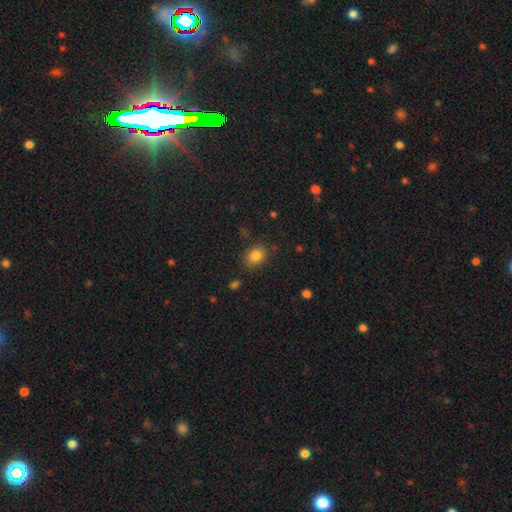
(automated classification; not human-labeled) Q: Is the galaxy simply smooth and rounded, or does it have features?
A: smooth — 83%.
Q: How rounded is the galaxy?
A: in between — 56%.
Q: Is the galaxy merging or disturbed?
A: none — 80%.